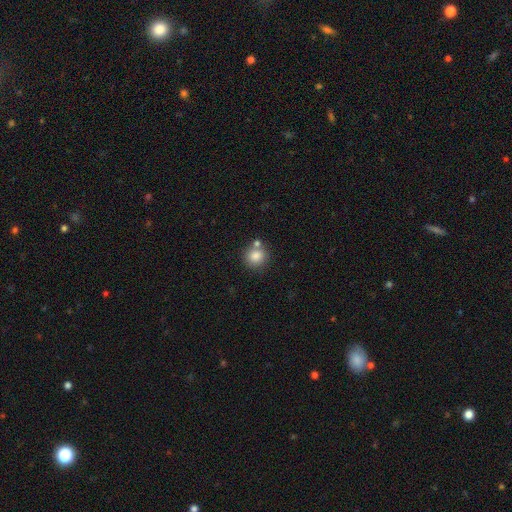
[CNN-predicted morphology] Smooth or featured? smooth (83%)
How rounded? round (90%)
Merging? none (68%)